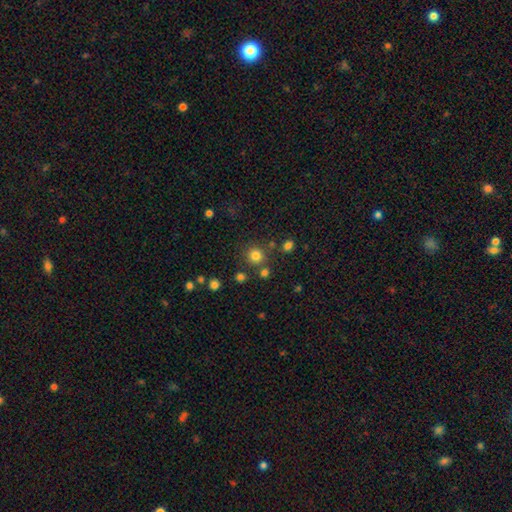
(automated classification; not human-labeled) Morphology: type=smooth (79%); roundness=round (93%); merging=none (81%).